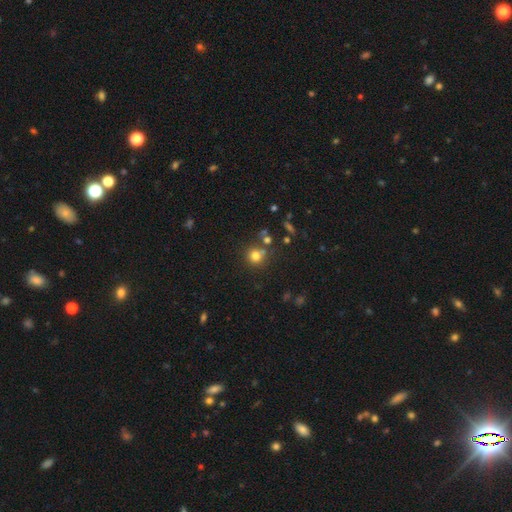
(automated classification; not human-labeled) A smooth galaxy with no disk features (76%) that is round (91%). Merging: none (68%).